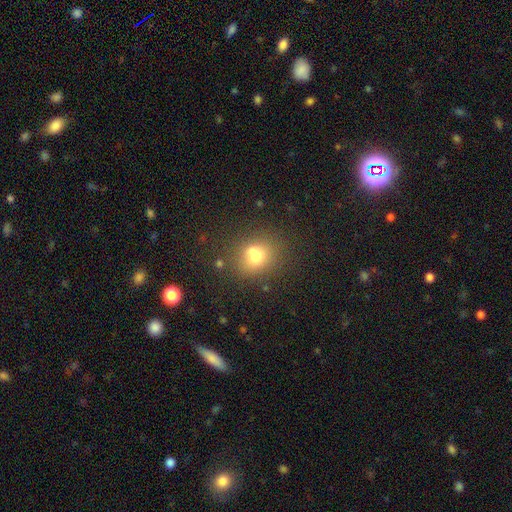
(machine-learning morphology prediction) A smooth galaxy with no disk features (69%) that is round (69%).

Vote fractions:
- Smooth or featured? smooth: 69% / featured or disk: 17% / star or artifact: 14%
- How rounded? round: 69% / in between: 30% / cigar-shaped: 1%
- Merging? none: 52% / merger: 29% / minor disturbance: 13% / major disturbance: 5%